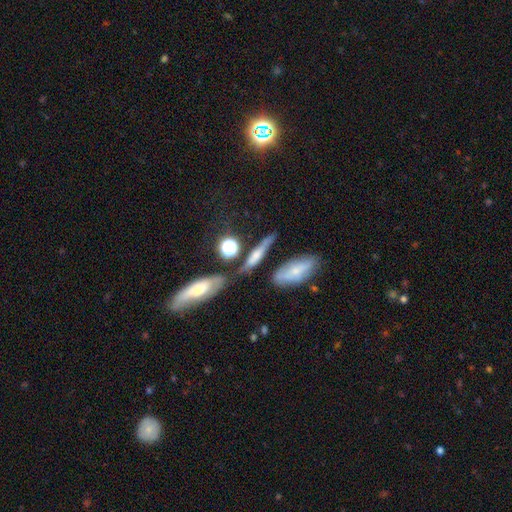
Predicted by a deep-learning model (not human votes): Smooth or featured: smooth — 48% (featured or disk — 39%)
Merging: none — 62% (minor disturbance — 19%)